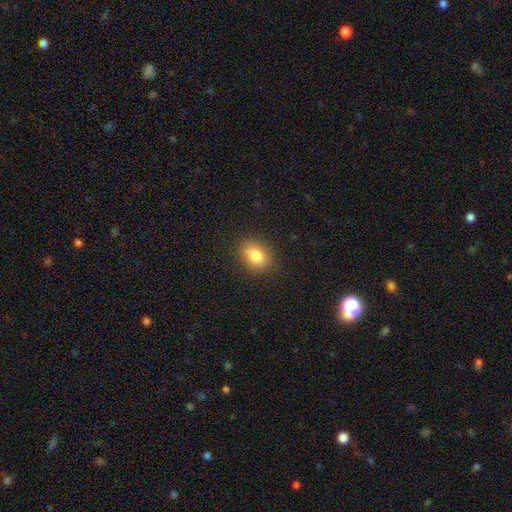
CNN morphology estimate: Smooth or featured?
  - smooth: 82% *
  - star or artifact: 10%
  - featured or disk: 8%
How rounded?
  - in between: 65% *
  - round: 33%
  - cigar-shaped: 1%
Merging?
  - none: 86% *
  - minor disturbance: 10%
  - major disturbance: 3%
  - merger: 1%